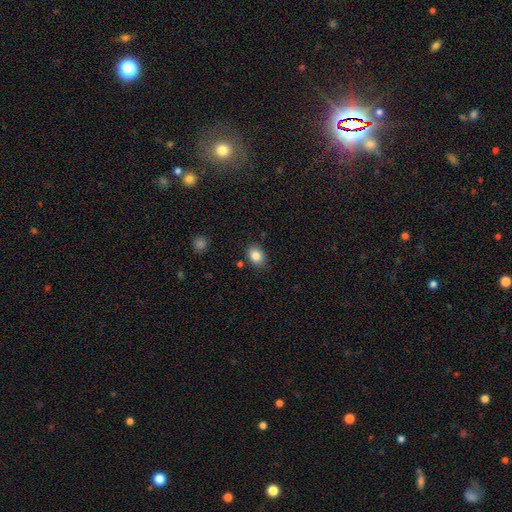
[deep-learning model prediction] smooth 85%, star or artifact 9%, featured or disk 6%. Down the decision tree: how rounded — in between (62%); merging — none (83%).